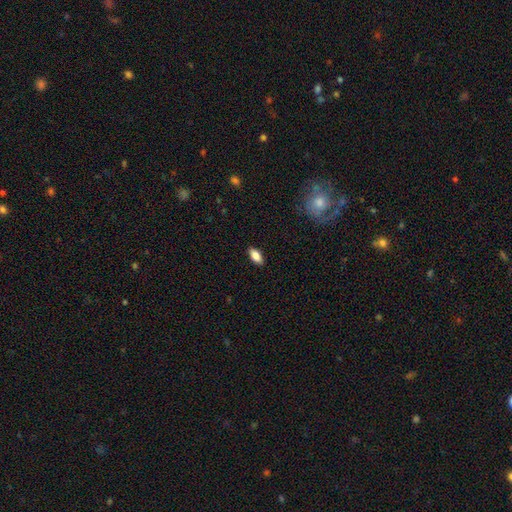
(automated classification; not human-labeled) Q: Smooth or featured?
A: smooth (83%); runner-up: featured or disk (10%)
Q: How rounded?
A: in between (87%); runner-up: cigar-shaped (10%)
Q: Merging?
A: none (89%); runner-up: minor disturbance (8%)